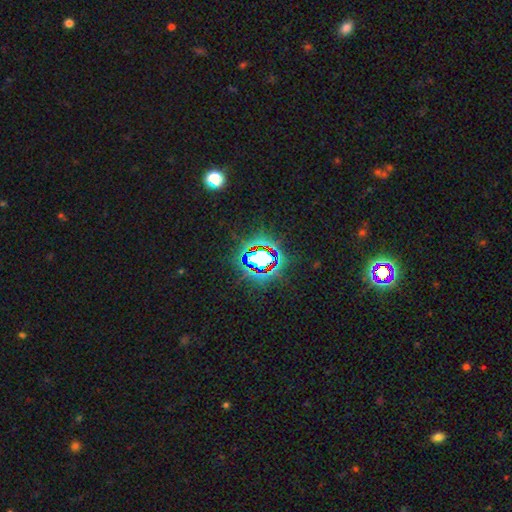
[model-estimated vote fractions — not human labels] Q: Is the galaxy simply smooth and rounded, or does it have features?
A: star or artifact — 75%.